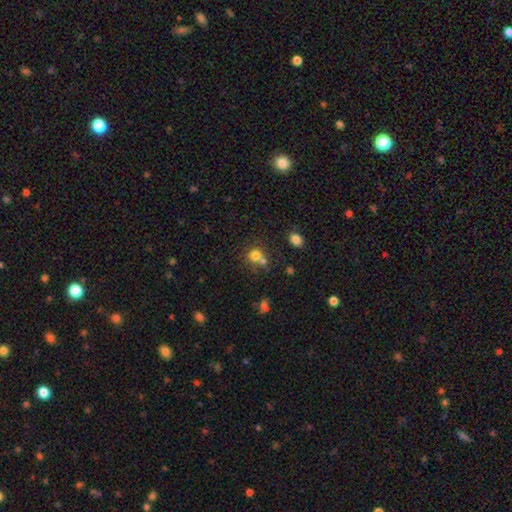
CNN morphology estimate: The model was most divided on "merging": none: 53%, merger: 34%, minor disturbance: 9%, major disturbance: 4%. More confident: how rounded — round (85%); smooth or featured — smooth (76%).